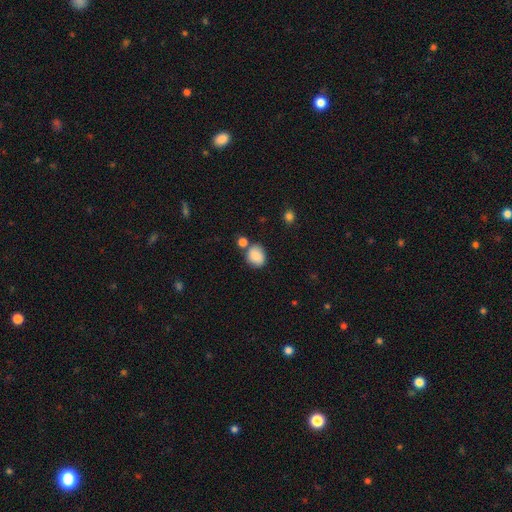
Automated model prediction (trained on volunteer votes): Morphology: type=smooth (86%); roundness=round (57%); merging=none (66%).